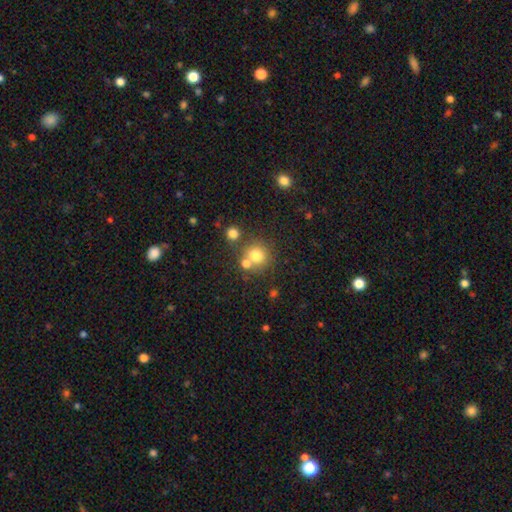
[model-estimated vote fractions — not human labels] Smooth or featured: smooth — 76% (star or artifact — 13%)
How rounded: round — 90% (in between — 9%)
Merging: none — 63% (merger — 25%)